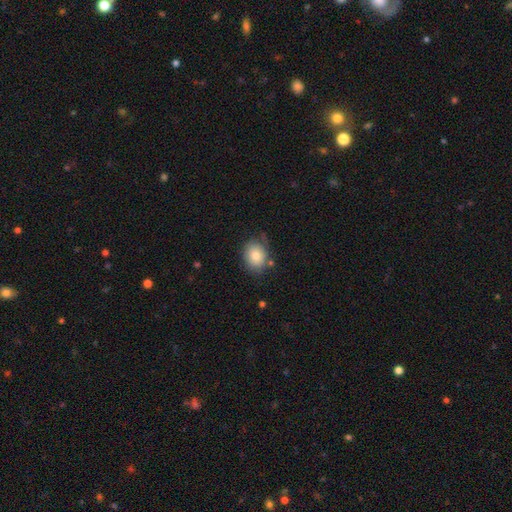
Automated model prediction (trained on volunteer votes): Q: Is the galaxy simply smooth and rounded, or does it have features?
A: smooth — 80%.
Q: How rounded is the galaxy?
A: in between — 55%.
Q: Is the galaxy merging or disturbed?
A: none — 71%.